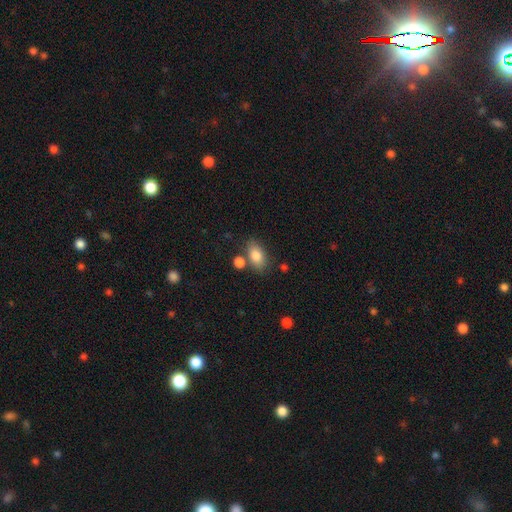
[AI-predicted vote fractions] smooth 83%, featured or disk 9%, star or artifact 8%. Down the decision tree: how rounded — in between (88%); merging — none (70%).